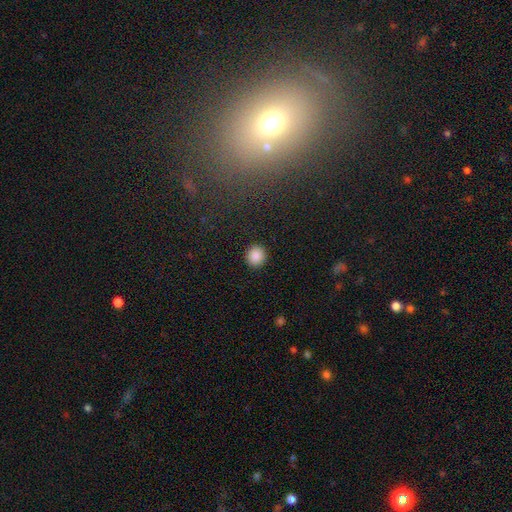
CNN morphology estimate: Overall: smooth (88%). How rounded: round (90%). Merging: none (92%).